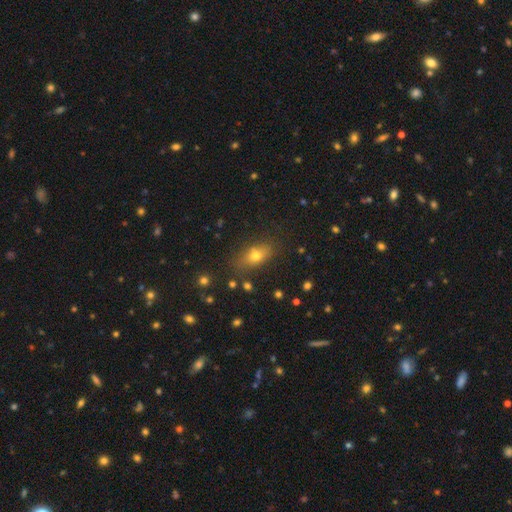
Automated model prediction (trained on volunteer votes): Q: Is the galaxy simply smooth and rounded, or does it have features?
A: smooth — 68%.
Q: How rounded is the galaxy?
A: in between — 74%.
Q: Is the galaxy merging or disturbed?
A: none — 79%.